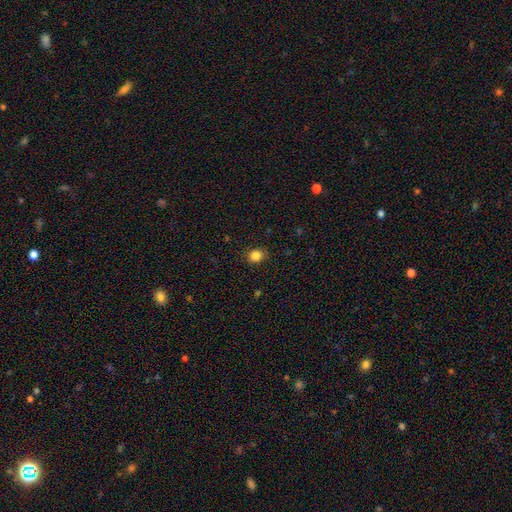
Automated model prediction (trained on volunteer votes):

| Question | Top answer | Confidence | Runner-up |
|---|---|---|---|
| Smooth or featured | smooth | 85% | star or artifact (11%) |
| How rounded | round | 70% | in between (29%) |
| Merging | none | 88% | minor disturbance (9%) |